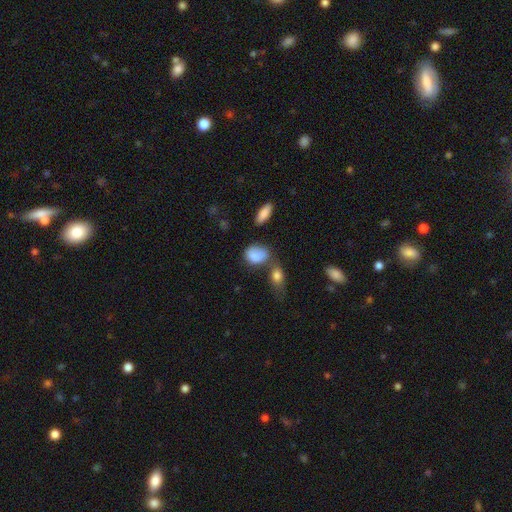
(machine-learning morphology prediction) Overall: smooth (83%). How rounded: in between (71%). Merging: none (41%; minor disturbance 26%).